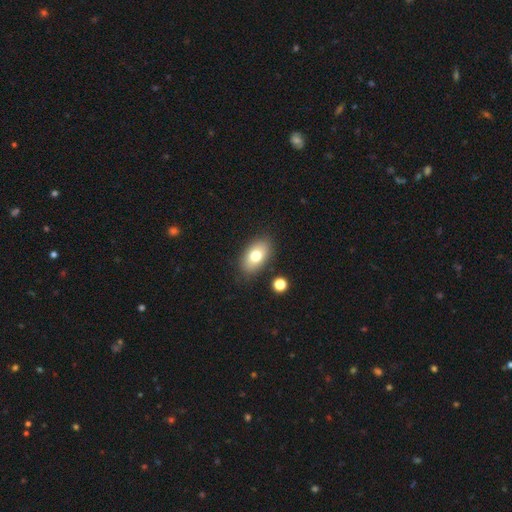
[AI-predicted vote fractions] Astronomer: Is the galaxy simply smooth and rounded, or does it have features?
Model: smooth — 75%.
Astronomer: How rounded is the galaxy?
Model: in between — 90%.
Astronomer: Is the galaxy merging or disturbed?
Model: none — 84%.